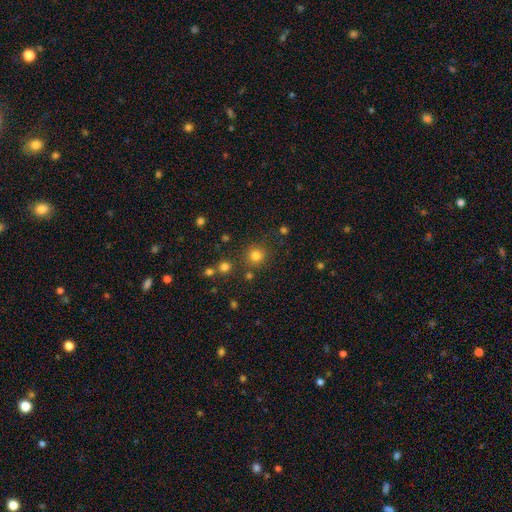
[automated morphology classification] Q: Smooth or featured?
A: smooth (80%); runner-up: star or artifact (15%)
Q: How rounded?
A: round (93%); runner-up: in between (6%)
Q: Merging?
A: none (84%); runner-up: minor disturbance (7%)